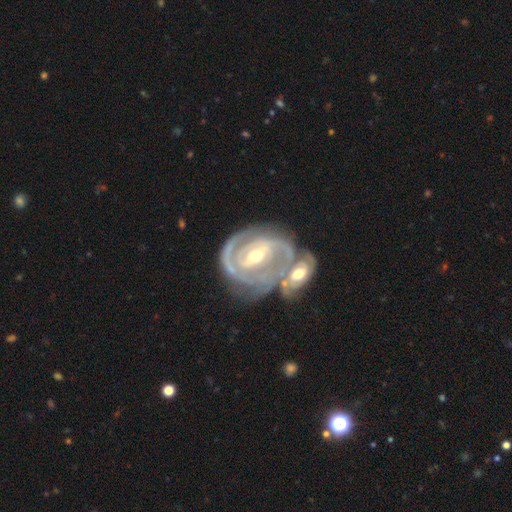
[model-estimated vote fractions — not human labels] Smooth or featured?
  - featured or disk: 91% *
  - smooth: 5%
  - star or artifact: 4%
Edge-on disk?
  - no: 97% *
  - yes: 3%
Bar?
  - strong: 44% *
  - weak: 40%
  - no: 16%
Spiral arms?
  - yes: 95% *
  - no: 5%
Spiral winding?
  - tight: 63% *
  - medium: 30%
  - loose: 7%
Spiral arm count?
  - 2: 51% *
  - 3: 18%
  - can't tell: 16%
  - 1: 7%
  - 4: 4%
  - more than 4: 4%
Bulge size?
  - moderate: 57% *
  - small: 39%
  - large: 2%
  - none: 1%
  - dominant: 1%
Merging?
  - merger: 52% *
  - none: 28%
  - minor disturbance: 12%
  - major disturbance: 8%